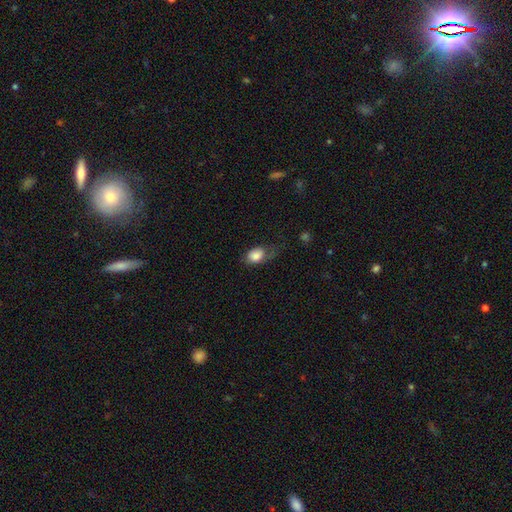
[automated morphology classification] This appears to be a smooth galaxy with no disk features (82%) that is in between round and cigar-shaped (77%). Merging: none (41%).